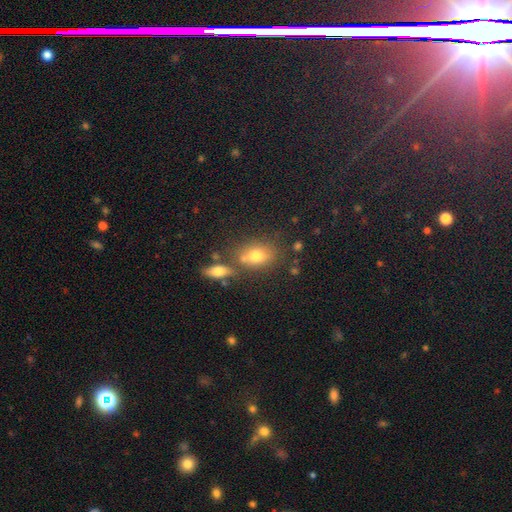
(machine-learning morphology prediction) smooth_or_featured: smooth (p=0.72) [alt: featured or disk p=0.17]
how_rounded: in between (p=0.80) [alt: round p=0.16]
merging: none (p=0.56) [alt: merger p=0.26]